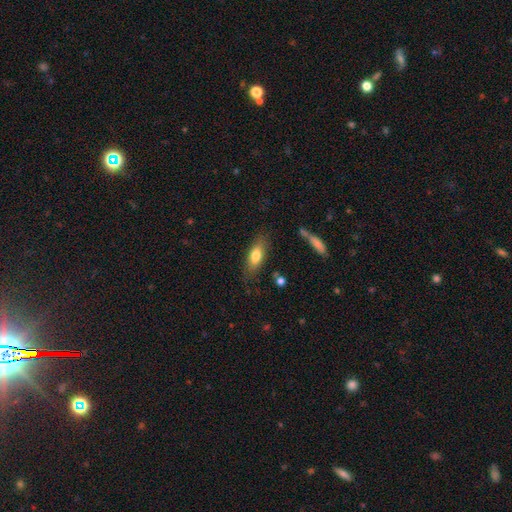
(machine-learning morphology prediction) A smooth galaxy with no disk features (74%) that is in between round and cigar-shaped (69%).

Vote fractions:
- Smooth or featured? smooth: 74% / featured or disk: 19% / star or artifact: 7%
- How rounded? in between: 69% / cigar-shaped: 28% / round: 3%
- Merging? none: 77% / minor disturbance: 16% / major disturbance: 4% / merger: 3%